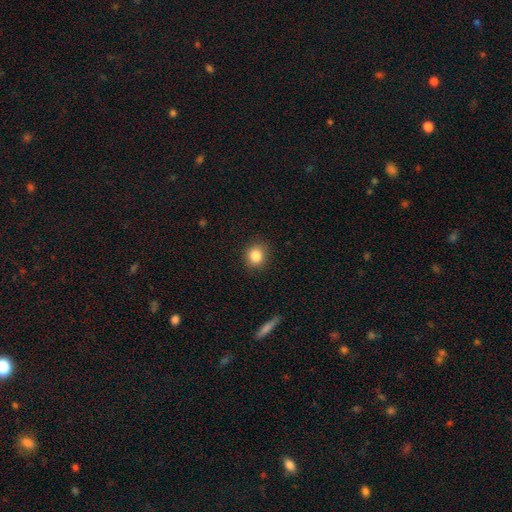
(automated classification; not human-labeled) This appears to be a smooth galaxy with no disk features (85%) that is round (77%). Merging: none (89%).